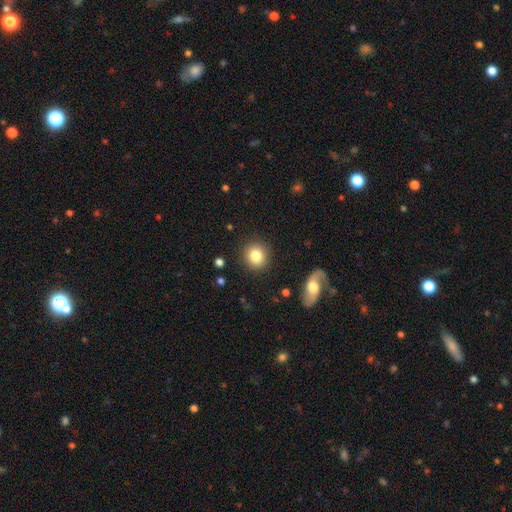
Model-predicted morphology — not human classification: smooth 81%, star or artifact 9%, featured or disk 9%. Down the decision tree: how rounded — round (88%); merging — none (89%).